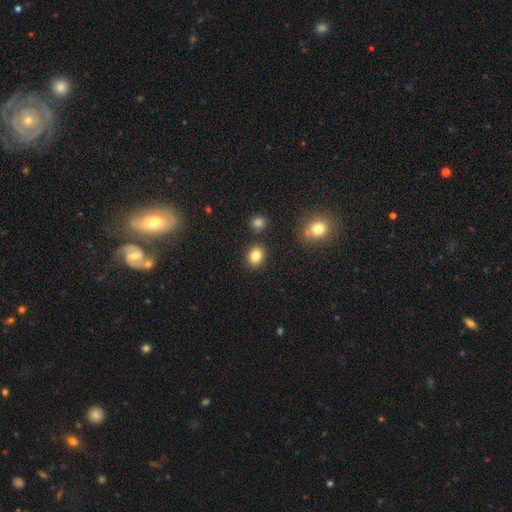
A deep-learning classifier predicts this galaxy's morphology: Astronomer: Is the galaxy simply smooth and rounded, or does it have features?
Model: smooth — 83%.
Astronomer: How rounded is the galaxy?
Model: round — 54% (runner-up: in between, 45%).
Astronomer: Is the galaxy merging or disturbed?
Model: none — 85%.